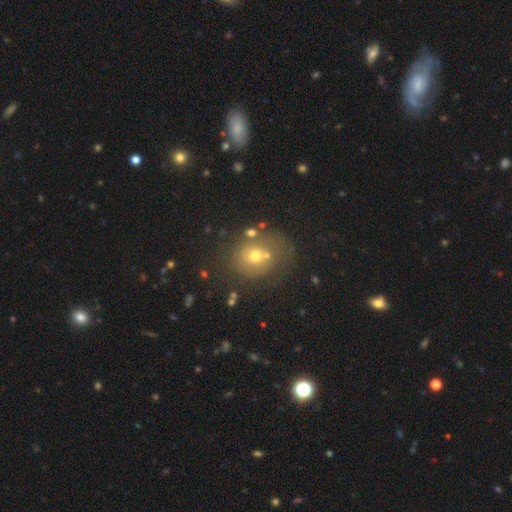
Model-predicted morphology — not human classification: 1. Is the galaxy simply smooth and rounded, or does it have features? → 63% smooth, 19% featured or disk, 18% star or artifact.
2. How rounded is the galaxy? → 68% round, 31% in between, 1% cigar-shaped.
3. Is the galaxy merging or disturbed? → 59% none, 20% merger, 14% minor disturbance, 7% major disturbance.